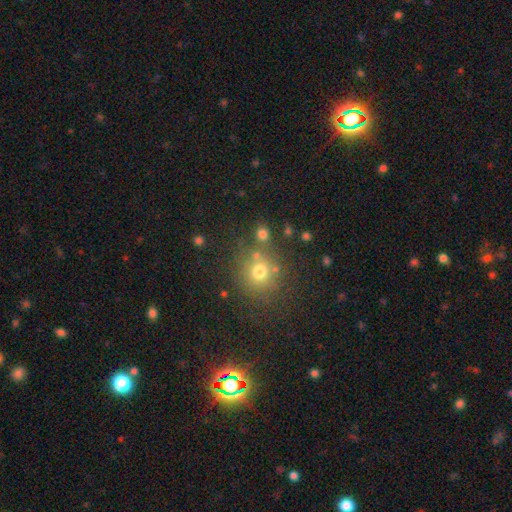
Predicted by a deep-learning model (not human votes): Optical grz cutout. It shows a smooth galaxy with no disk features (65%) that is round (88%). Merging: none (73%).